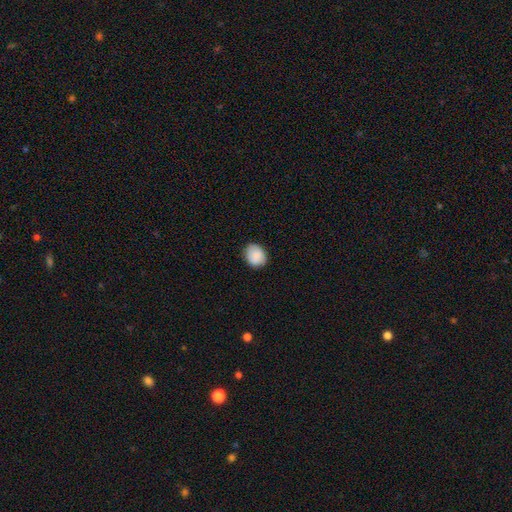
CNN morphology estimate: A smooth galaxy with no disk features (86%) that is round (53%). Merging: none (84%).